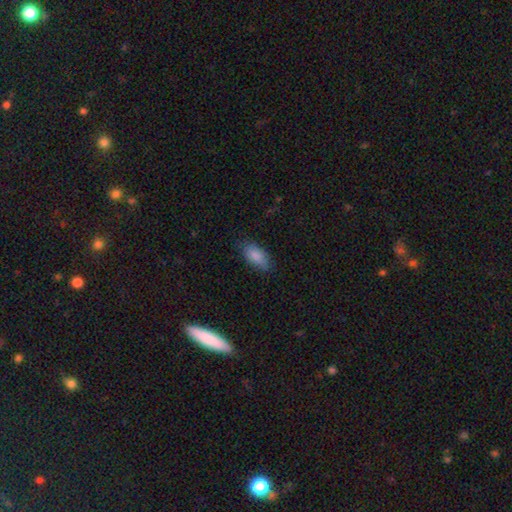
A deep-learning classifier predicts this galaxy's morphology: smooth 86%, featured or disk 7%, star or artifact 7%. Down the decision tree: how rounded — in between (90%); merging — none (74%).